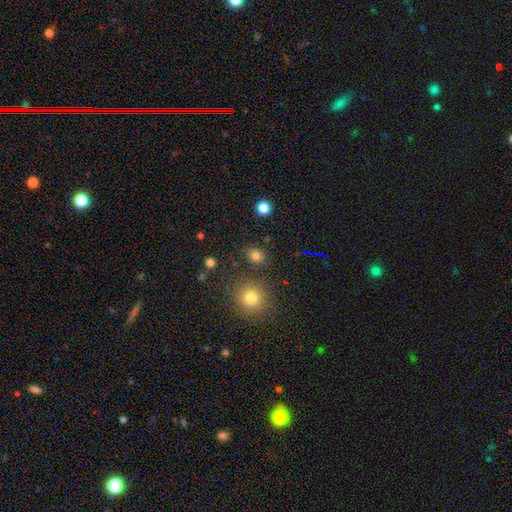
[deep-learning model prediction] This appears to be a smooth galaxy with no disk features (78%) that is round (67%). Merging: none (85%).